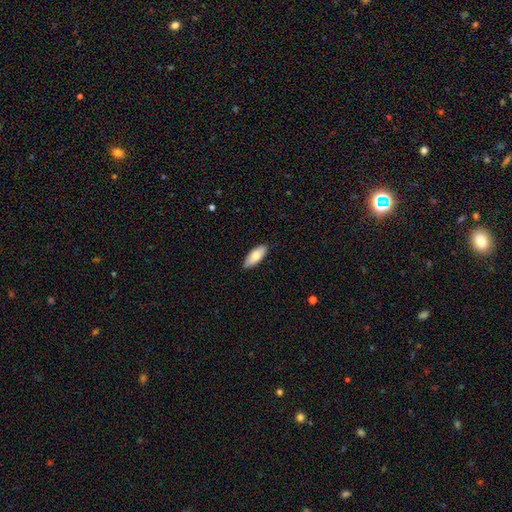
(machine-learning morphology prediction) smooth-or-featured: smooth: 80% | featured or disk: 14% | star or artifact: 6%
  how-rounded: in between: 81% | cigar-shaped: 17% | round: 2%
  merging: none: 87% | minor disturbance: 11% | major disturbance: 2% | merger: 1%